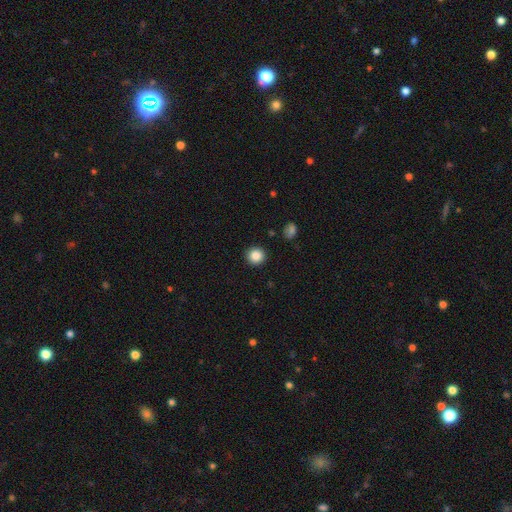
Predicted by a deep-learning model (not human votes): Smooth or featured?
  - smooth: 86% *
  - star or artifact: 10%
  - featured or disk: 4%
How rounded?
  - round: 93% *
  - in between: 6%
  - cigar-shaped: 1%
Merging?
  - none: 92% *
  - minor disturbance: 5%
  - major disturbance: 2%
  - merger: 1%